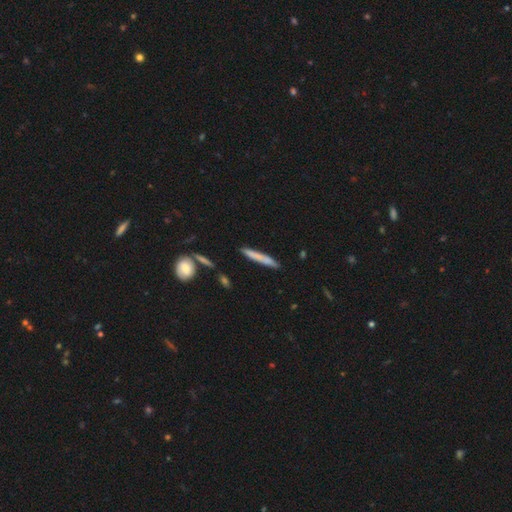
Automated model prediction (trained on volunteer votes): This appears to be a smooth galaxy with no disk features (71%) that is cigar-shaped (94%). Merging: none (84%).